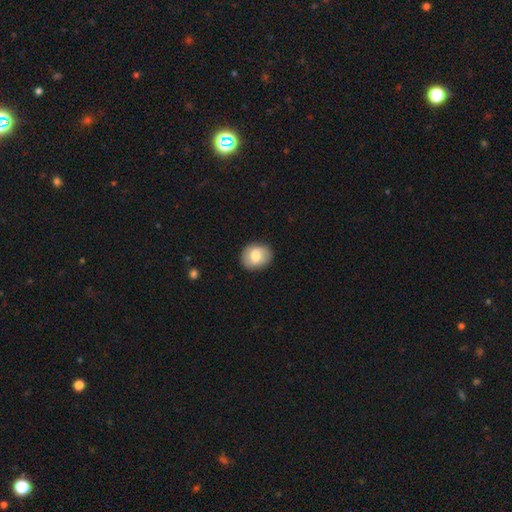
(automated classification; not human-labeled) Q: Smooth or featured?
A: smooth (76%); runner-up: featured or disk (17%)
Q: How rounded?
A: round (53%); runner-up: in between (46%)
Q: Merging?
A: none (86%); runner-up: minor disturbance (10%)